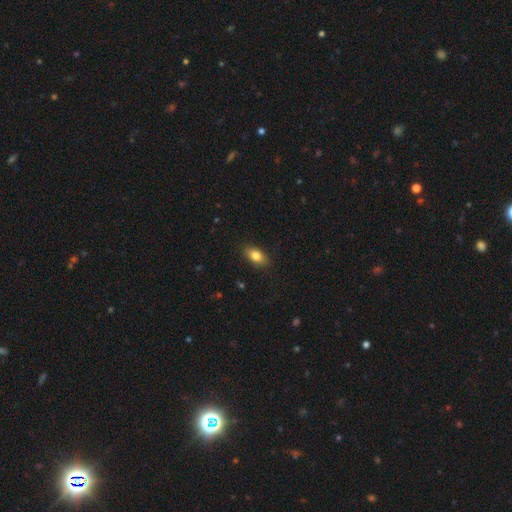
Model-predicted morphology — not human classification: A smooth galaxy with no disk features (82%) that is in between round and cigar-shaped (87%).

Vote fractions:
- Smooth or featured? smooth: 82% / featured or disk: 10% / star or artifact: 8%
- How rounded? in between: 87% / round: 7% / cigar-shaped: 6%
- Merging? none: 86% / minor disturbance: 11% / major disturbance: 2% / merger: 1%